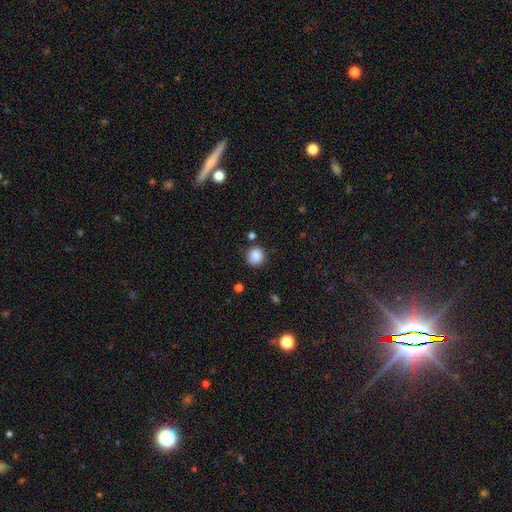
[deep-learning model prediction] Morphology: type=smooth (87%); roundness=round (88%); merging=none (80%).